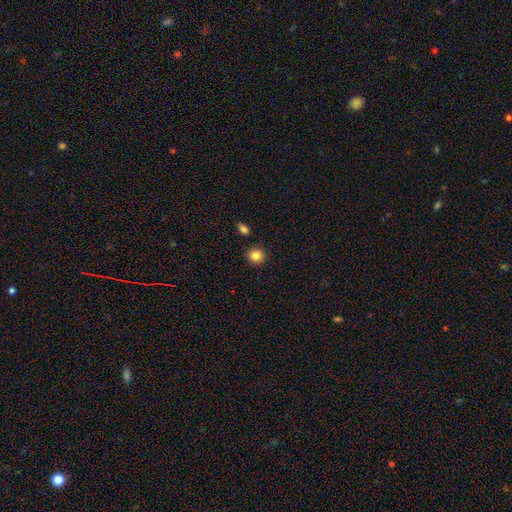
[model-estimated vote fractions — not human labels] A smooth galaxy with no disk features (85%) that is round (90%).

Vote fractions:
- Smooth or featured? smooth: 85% / star or artifact: 10% / featured or disk: 5%
- How rounded? round: 90% / in between: 9% / cigar-shaped: 1%
- Merging? none: 87% / minor disturbance: 7% / merger: 4% / major disturbance: 2%